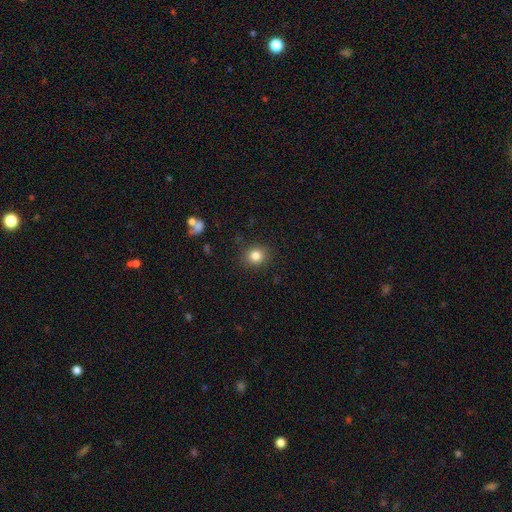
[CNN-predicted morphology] type=smooth (82%); roundness=round (79%); merging=none (88%).